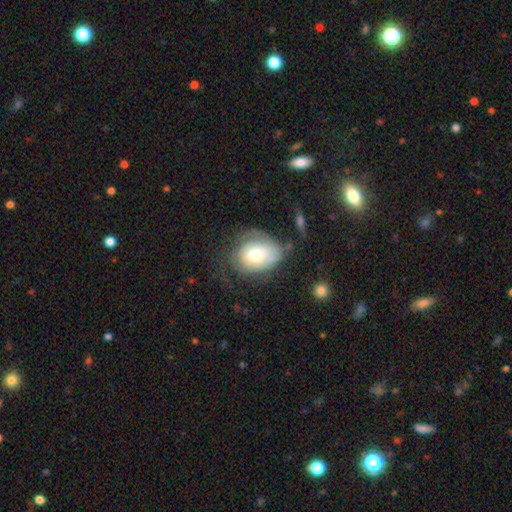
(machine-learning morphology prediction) Smooth or featured? smooth (55%)
How rounded? in between (62%)
Merging? none (44%)